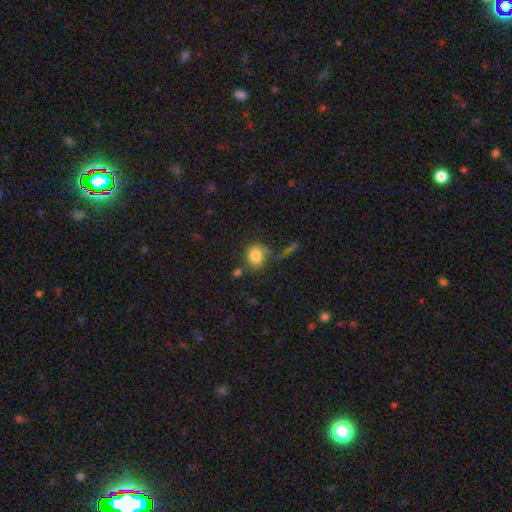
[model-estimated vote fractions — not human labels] Q: Smooth or featured?
A: smooth (81%); runner-up: star or artifact (10%)
Q: How rounded?
A: round (59%); runner-up: in between (39%)
Q: Merging?
A: none (60%); runner-up: minor disturbance (18%)